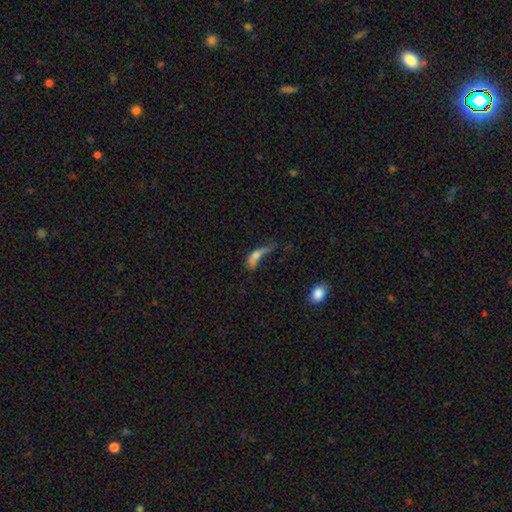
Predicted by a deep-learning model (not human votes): smooth_or_featured: smooth (p=0.54) [alt: featured or disk p=0.33]
how_rounded: in between (p=0.52) [alt: cigar-shaped p=0.41]
merging: major disturbance (p=0.43) [alt: merger p=0.21]